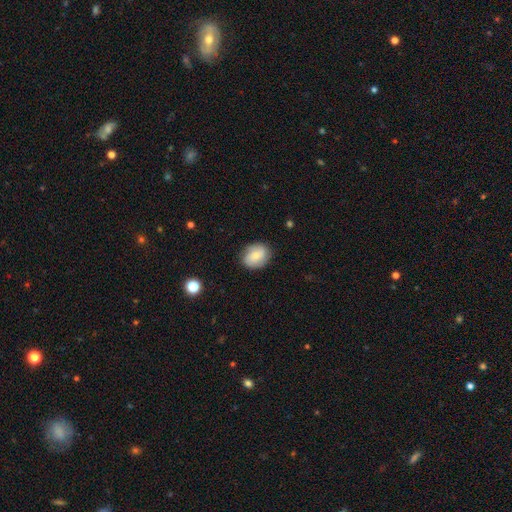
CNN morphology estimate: A smooth galaxy with no disk features (67%) that is in between round and cigar-shaped (51%).

Vote fractions:
- Smooth or featured? smooth: 67% / featured or disk: 25% / star or artifact: 8%
- How rounded? in between: 51% / round: 48% / cigar-shaped: 1%
- Merging? none: 82% / minor disturbance: 13% / major disturbance: 4% / merger: 1%